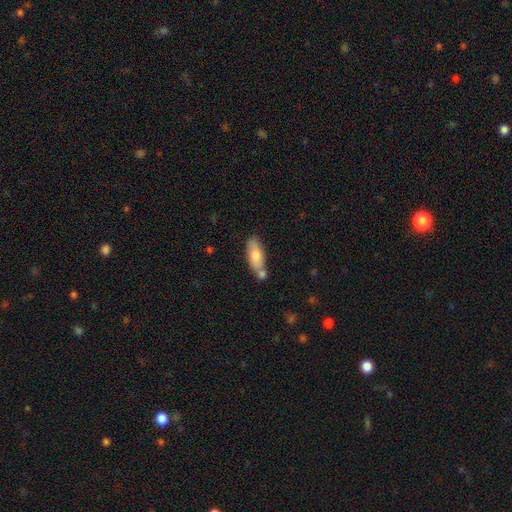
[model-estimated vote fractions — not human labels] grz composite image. It shows a smooth galaxy with no disk features (77%) that is in between round and cigar-shaped (69%). Merging: none (54%).